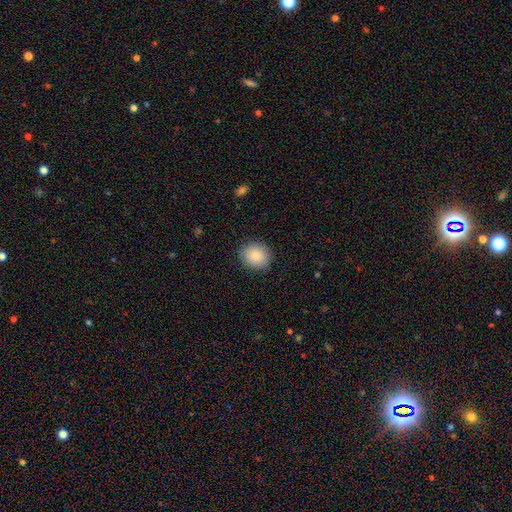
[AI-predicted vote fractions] Smooth or featured: smooth — 87% (star or artifact — 8%)
How rounded: round — 65% (in between — 34%)
Merging: none — 88% (minor disturbance — 9%)